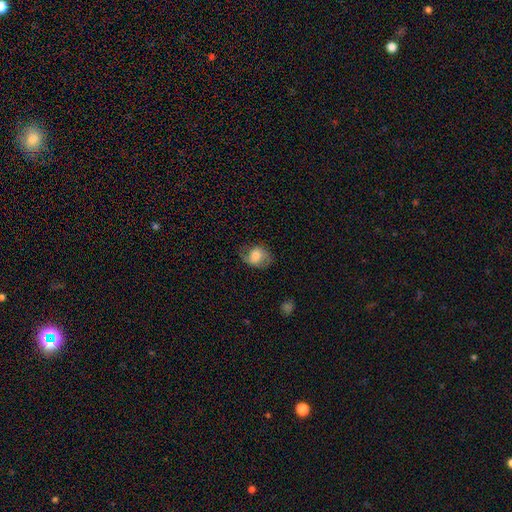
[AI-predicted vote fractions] Smooth or featured?
  - smooth: 56% *
  - featured or disk: 36%
  - star or artifact: 8%
How rounded?
  - in between: 58% *
  - round: 41%
  - cigar-shaped: 1%
Merging?
  - none: 58% *
  - minor disturbance: 26%
  - major disturbance: 14%
  - merger: 1%